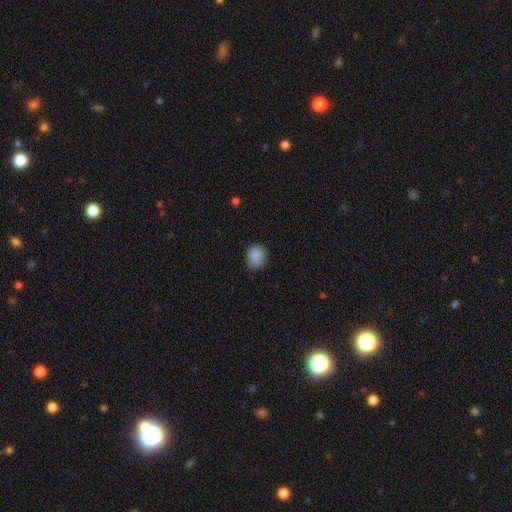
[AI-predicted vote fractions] A smooth galaxy with no disk features (88%) that is round (65%).

Vote fractions:
- Smooth or featured? smooth: 88% / star or artifact: 9% / featured or disk: 3%
- How rounded? round: 65% / in between: 34% / cigar-shaped: 1%
- Merging? none: 80% / minor disturbance: 16% / major disturbance: 3% / merger: 1%